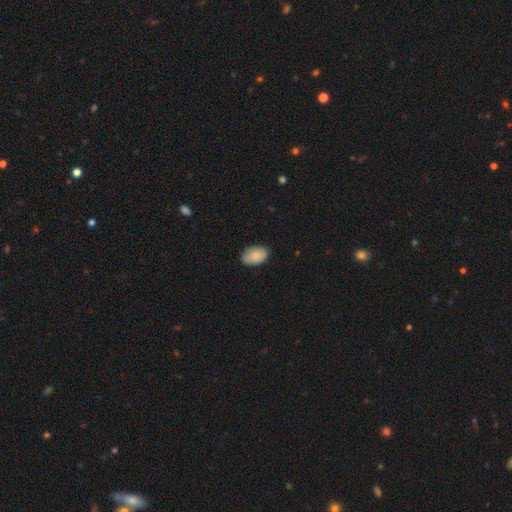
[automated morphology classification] smooth 84%, featured or disk 10%, star or artifact 6%. Down the decision tree: how rounded — in between (90%); merging — none (80%).